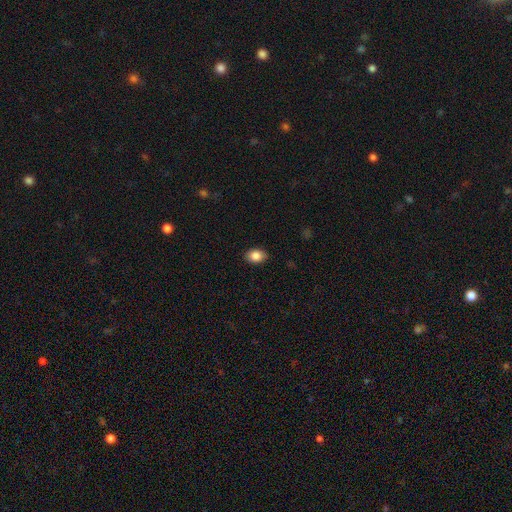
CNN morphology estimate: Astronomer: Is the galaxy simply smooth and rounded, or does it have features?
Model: smooth — 86%.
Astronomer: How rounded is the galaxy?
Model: in between — 78%.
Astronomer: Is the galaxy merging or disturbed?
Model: none — 89%.